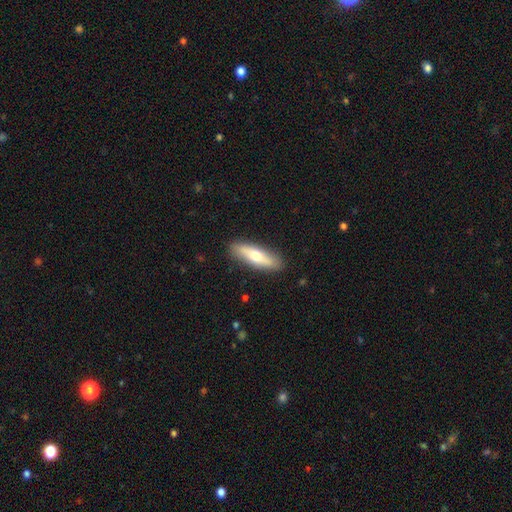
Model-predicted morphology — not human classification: Smooth or featured: smooth — 60% (featured or disk — 35%)
How rounded: cigar-shaped — 60% (in between — 38%)
Merging: none — 89% (minor disturbance — 9%)